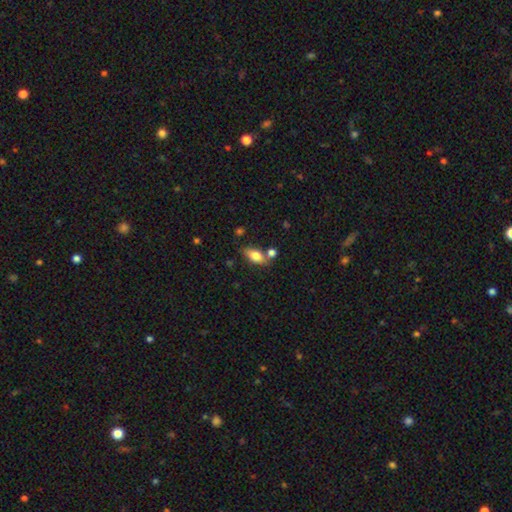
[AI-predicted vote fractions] This appears to be a smooth galaxy with no disk features (76%) that is in between round and cigar-shaped (84%). Merging: none (64%).